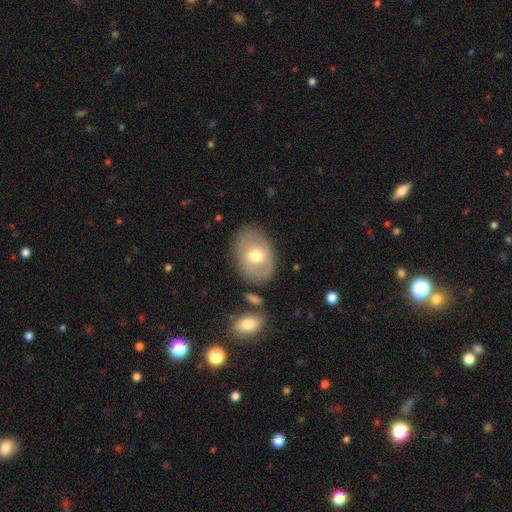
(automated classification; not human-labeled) This is possibly a smooth galaxy (56%). How rounded: likely in between (71%). Merging: likely none (78%).